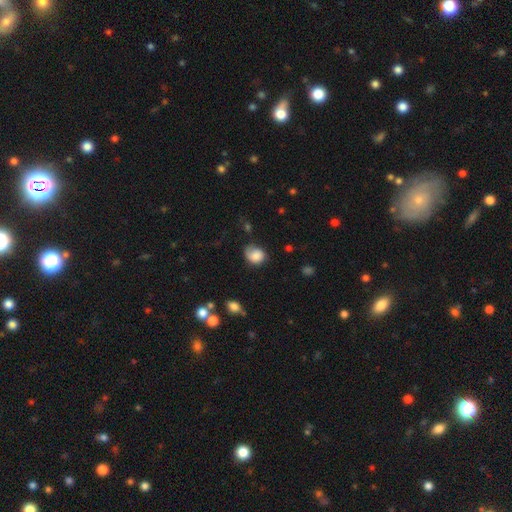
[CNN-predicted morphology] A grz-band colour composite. It shows a smooth galaxy with no disk features (78%) that is round (59%). Merging: none (55%).